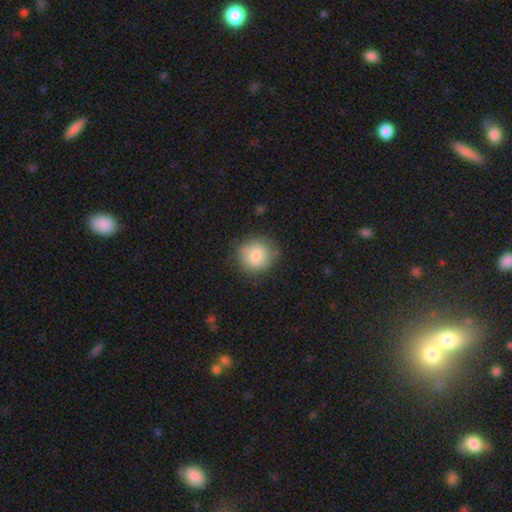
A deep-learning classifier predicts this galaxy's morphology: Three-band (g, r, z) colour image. It shows a smooth galaxy with no disk features (80%) that is round (87%). Merging: none (79%).